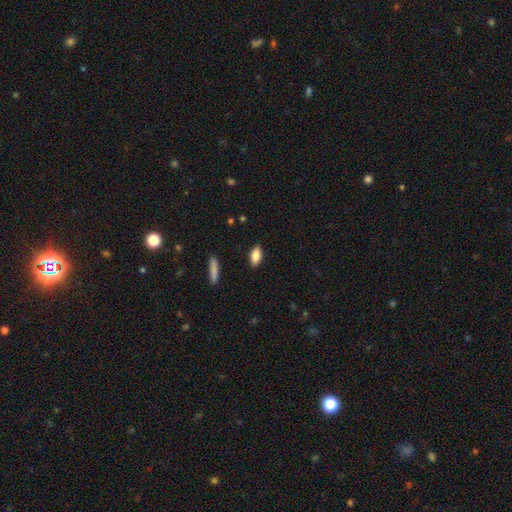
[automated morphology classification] Smooth or featured? smooth (83%)
How rounded? in between (83%)
Merging? none (86%)